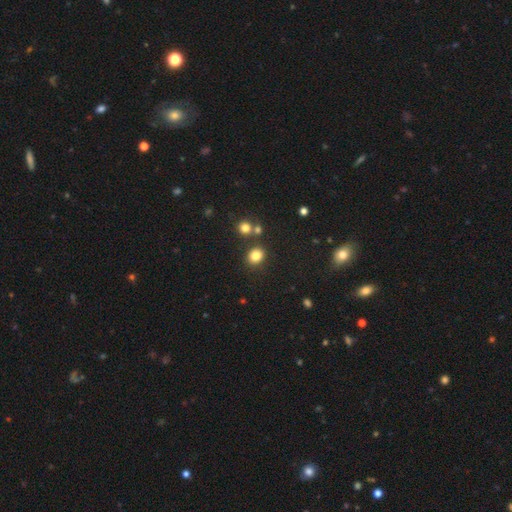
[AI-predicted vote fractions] smooth-or-featured: smooth: 81% | star or artifact: 13% | featured or disk: 6%
  how-rounded: round: 63% | in between: 36% | cigar-shaped: 1%
  merging: none: 78% | merger: 10% | minor disturbance: 9% | major disturbance: 3%